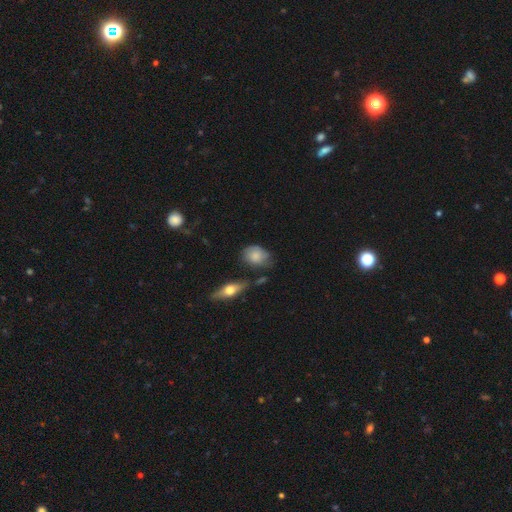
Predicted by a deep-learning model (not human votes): smooth_or_featured: smooth (p=0.67) [alt: featured or disk p=0.26]
how_rounded: in between (p=0.69) [alt: round p=0.29]
merging: none (p=0.53) [alt: minor disturbance p=0.32]